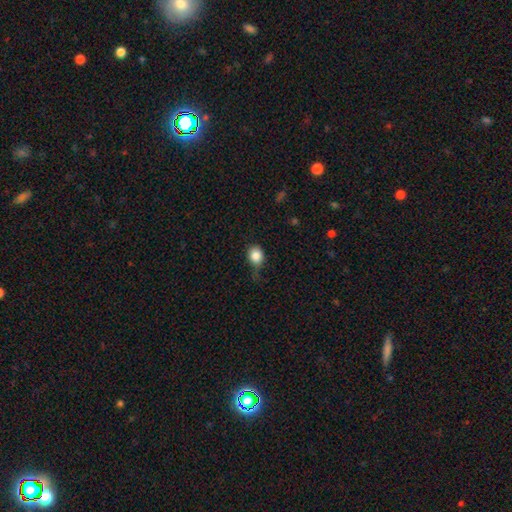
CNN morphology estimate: The model was most divided on "merging": none: 55%, minor disturbance: 33%, major disturbance: 9%, merger: 2%. More confident: smooth or featured — smooth (85%); how rounded — round (69%).